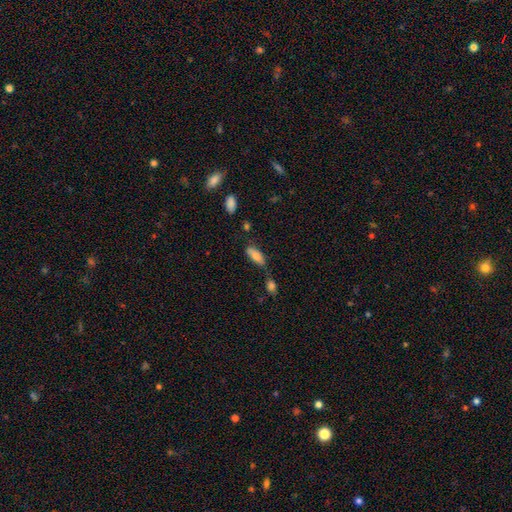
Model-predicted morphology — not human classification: smooth_or_featured: smooth (p=0.77) [alt: featured or disk p=0.15]
how_rounded: in between (p=0.77) [alt: cigar-shaped p=0.21]
merging: none (p=0.57) [alt: minor disturbance p=0.25]